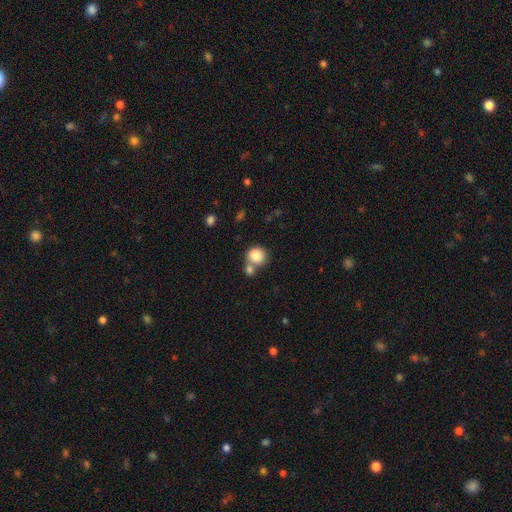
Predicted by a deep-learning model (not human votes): A smooth galaxy with no disk features (84%) that is round (84%).

Vote fractions:
- Smooth or featured? smooth: 84% / star or artifact: 8% / featured or disk: 8%
- How rounded? round: 84% / in between: 15% / cigar-shaped: 1%
- Merging? none: 46% / merger: 39% / minor disturbance: 10% / major disturbance: 4%